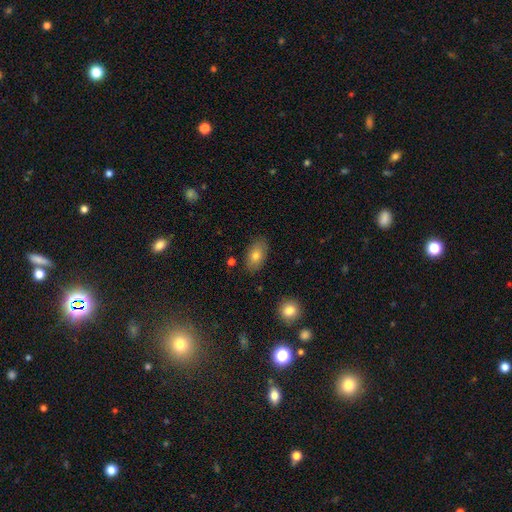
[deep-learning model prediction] smooth-or-featured: smooth: 78% | featured or disk: 14% | star or artifact: 8%
  how-rounded: in between: 91% | round: 7% | cigar-shaped: 2%
  merging: none: 84% | minor disturbance: 12% | major disturbance: 3% | merger: 2%